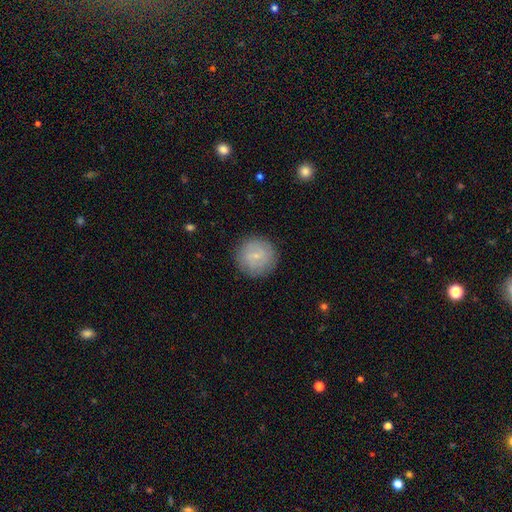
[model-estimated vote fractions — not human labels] Q: Smooth or featured?
A: smooth (64%); runner-up: featured or disk (29%)
Q: How rounded?
A: round (94%); runner-up: in between (5%)
Q: Merging?
A: none (85%); runner-up: minor disturbance (10%)